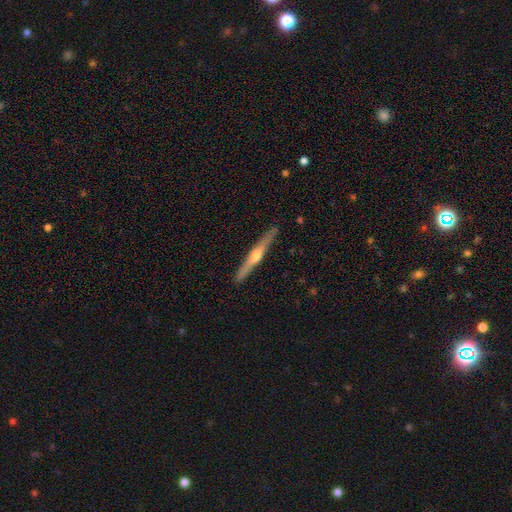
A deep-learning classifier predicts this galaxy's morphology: A featured or disk galaxy (70%) viewed edge-on (98%) with a rounded central bulge (87%).

Vote fractions:
- Smooth or featured? featured or disk: 70% / smooth: 25% / star or artifact: 5%
- Edge-on disk? yes: 98% / no: 2%
- Edge-on bulge? rounded: 87% / none: 8% / boxy: 5%
- Merging? none: 91% / minor disturbance: 7% / major disturbance: 1% / merger: 1%